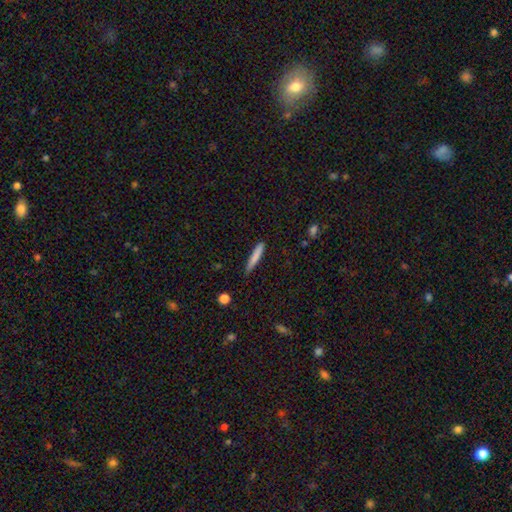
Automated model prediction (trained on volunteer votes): Morphology: type=smooth (79%); roundness=cigar-shaped (93%); merging=none (82%).